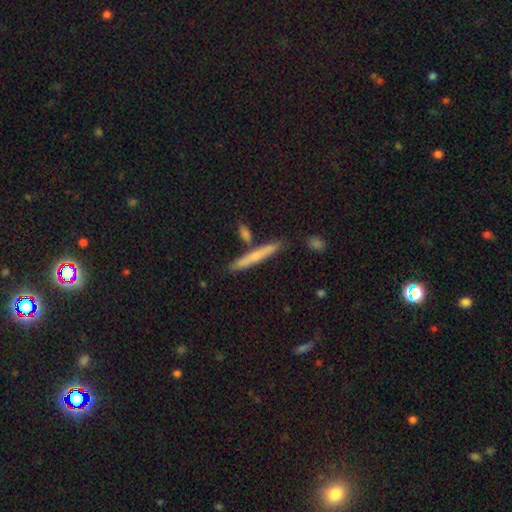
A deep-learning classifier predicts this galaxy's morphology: smooth-or-featured: smooth: 58% | featured or disk: 36% | star or artifact: 6%
  how-rounded: cigar-shaped: 94% | in between: 4% | round: 2%
  merging: none: 81% | minor disturbance: 10% | merger: 7% | major disturbance: 2%